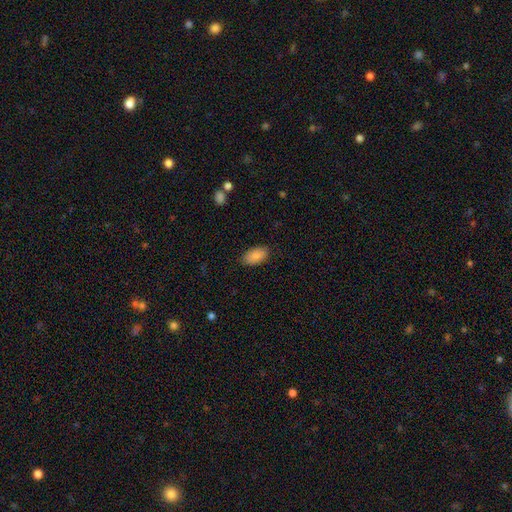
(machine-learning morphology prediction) The model was most divided on "merging": none: 86%, minor disturbance: 11%, major disturbance: 2%, merger: 1%. More confident: how rounded — in between (94%); smooth or featured — smooth (85%).